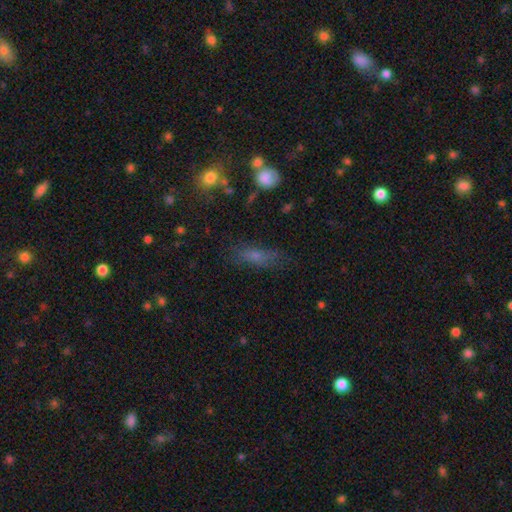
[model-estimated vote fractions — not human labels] Smooth or featured? Predicted: smooth (p=0.60). How rounded? Predicted: in between (p=0.48). Merging? Predicted: none (p=0.67).